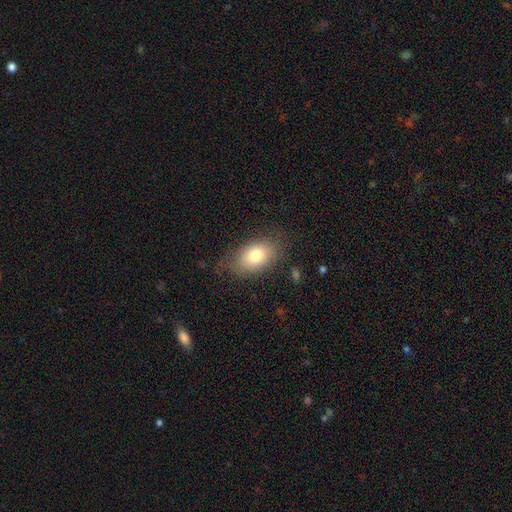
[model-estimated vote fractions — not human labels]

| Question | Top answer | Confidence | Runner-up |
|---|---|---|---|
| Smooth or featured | smooth | 78% | featured or disk (14%) |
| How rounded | in between | 85% | round (13%) |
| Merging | none | 73% | minor disturbance (18%) |